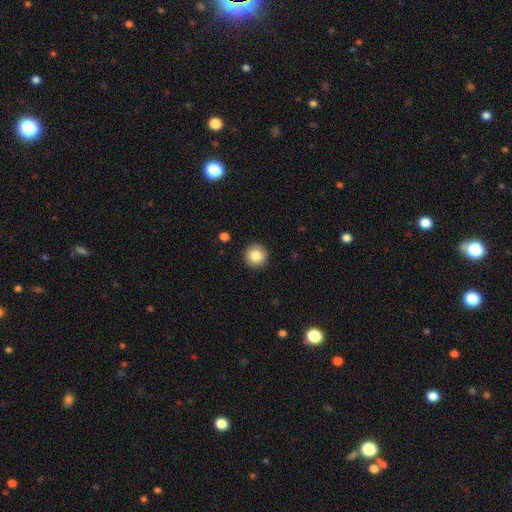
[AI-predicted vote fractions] smooth-or-featured: smooth: 85% | star or artifact: 9% | featured or disk: 6%
  how-rounded: round: 95% | in between: 4% | cigar-shaped: 1%
  merging: none: 92% | minor disturbance: 5% | major disturbance: 2% | merger: 1%